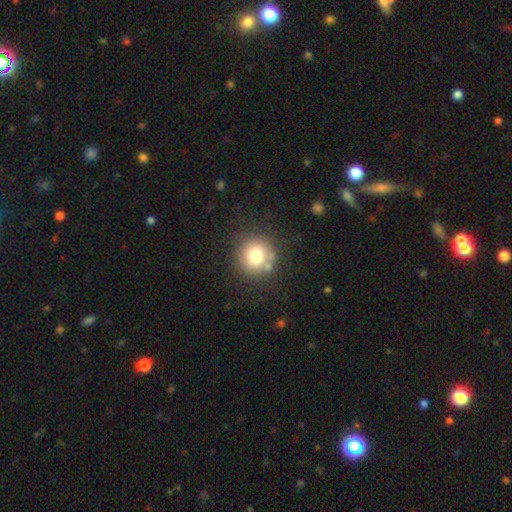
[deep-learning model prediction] A smooth galaxy with no disk features (76%) that is round (93%).

Vote fractions:
- Smooth or featured? smooth: 76% / star or artifact: 12% / featured or disk: 12%
- How rounded? round: 93% / in between: 6% / cigar-shaped: 1%
- Merging? none: 80% / minor disturbance: 10% / merger: 6% / major disturbance: 4%